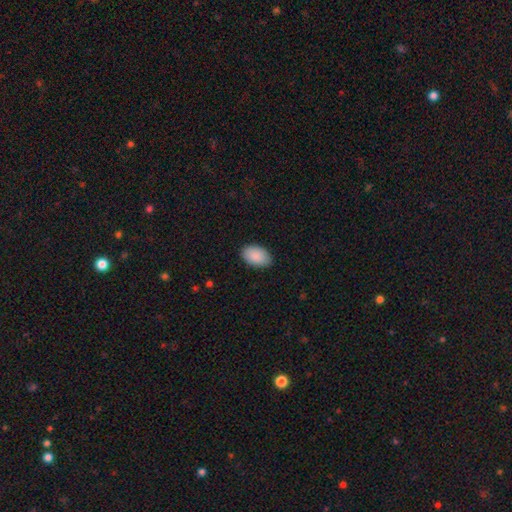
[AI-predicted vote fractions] smooth-or-featured: smooth: 90% | star or artifact: 6% | featured or disk: 4%
  how-rounded: in between: 94% | round: 5% | cigar-shaped: 1%
  merging: none: 88% | minor disturbance: 10% | major disturbance: 2% | merger: 1%